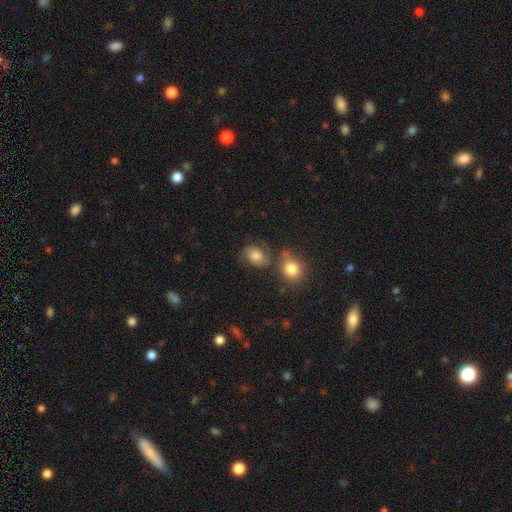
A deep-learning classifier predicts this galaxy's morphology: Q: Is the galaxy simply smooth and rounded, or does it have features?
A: smooth — 48%.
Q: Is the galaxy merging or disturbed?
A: none — 54%.